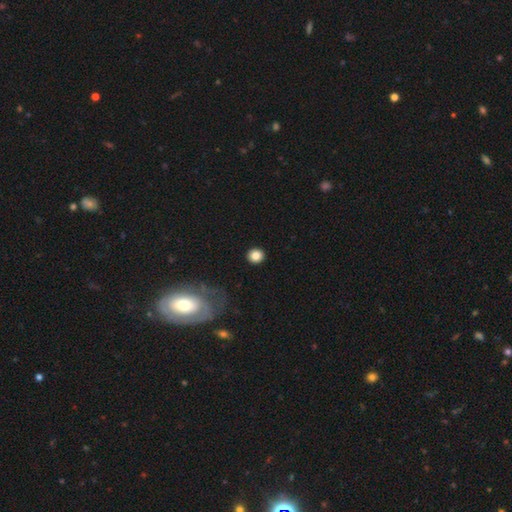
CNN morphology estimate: This appears to be a smooth galaxy with no disk features (84%) that is round (90%). Merging: none (92%).